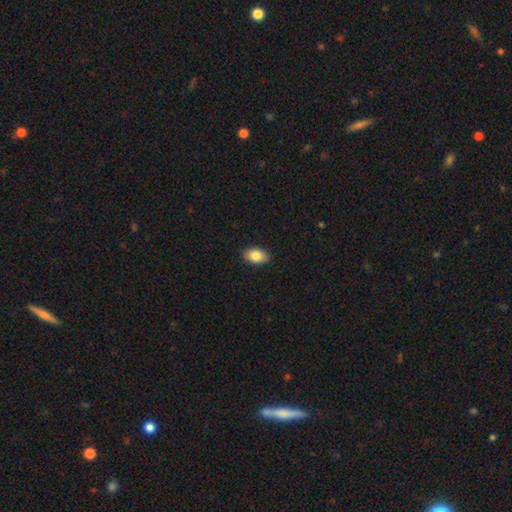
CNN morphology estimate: type=smooth (85%); roundness=in between (90%); merging=none (89%).